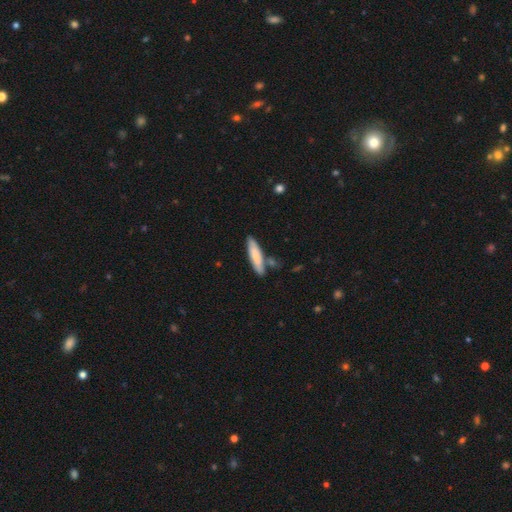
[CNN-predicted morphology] This appears to be a smooth galaxy with no disk features (75%) that is cigar-shaped (77%). Merging: none (74%).